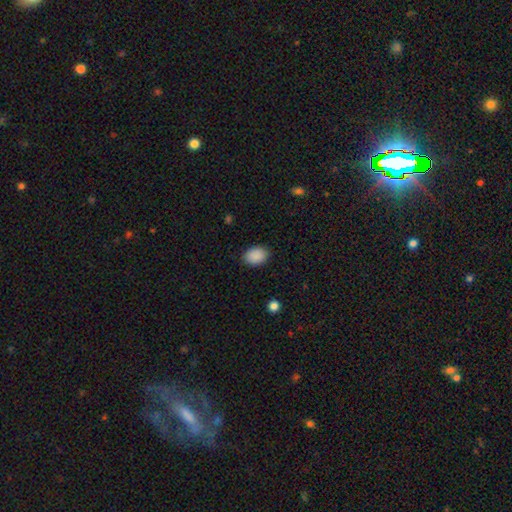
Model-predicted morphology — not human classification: A smooth galaxy with no disk features (90%) that is in between round and cigar-shaped (75%).

Vote fractions:
- Smooth or featured? smooth: 90% / star or artifact: 7% / featured or disk: 3%
- How rounded? in between: 75% / round: 24% / cigar-shaped: 1%
- Merging? none: 87% / minor disturbance: 10% / major disturbance: 2% / merger: 1%